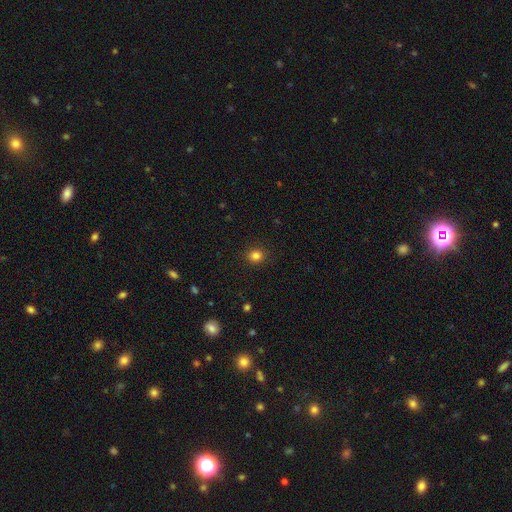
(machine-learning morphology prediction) Smooth or featured: smooth — 83% (star or artifact — 13%)
How rounded: round — 84% (in between — 15%)
Merging: none — 90% (minor disturbance — 6%)